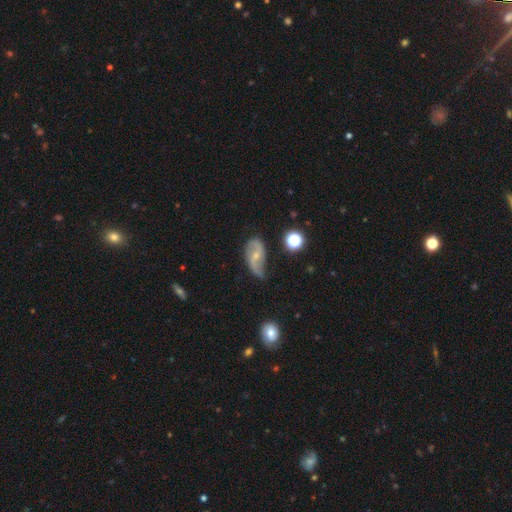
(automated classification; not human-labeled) A featured or disk galaxy (72%) with no bar (44%), 2 (83%) loose (64%) spiral arms (89%) and a small central bulge (65%). Merging: none (47%).